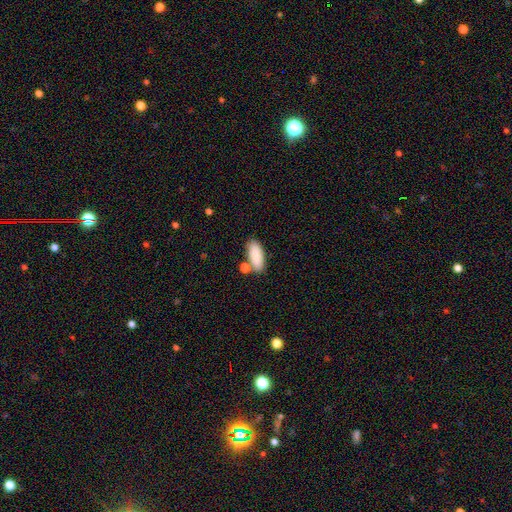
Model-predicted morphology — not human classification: A smooth galaxy with no disk features (88%) that is in between round and cigar-shaped (84%). Merging: none (70%).